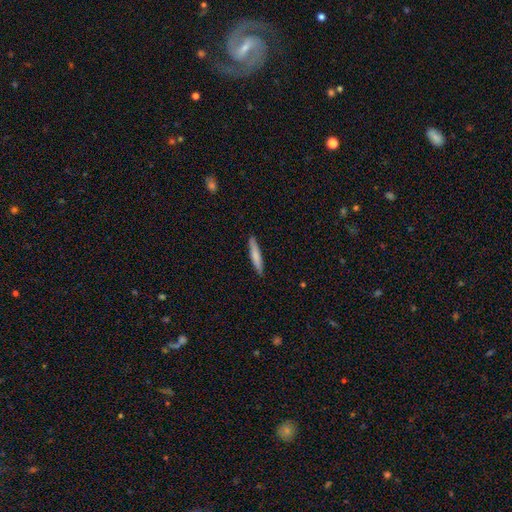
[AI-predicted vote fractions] Q: Smooth or featured?
A: smooth (75%); runner-up: featured or disk (20%)
Q: How rounded?
A: cigar-shaped (93%); runner-up: in between (6%)
Q: Merging?
A: none (90%); runner-up: minor disturbance (7%)